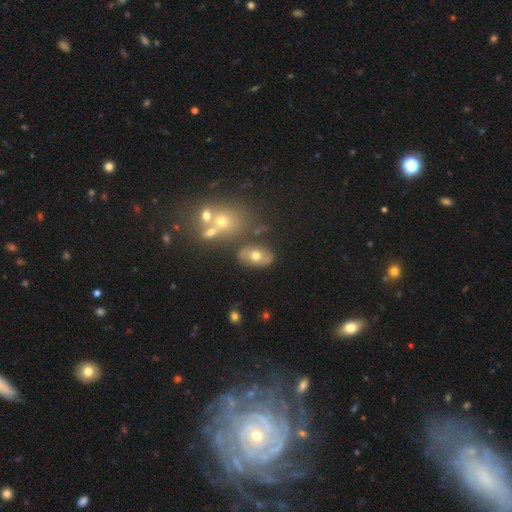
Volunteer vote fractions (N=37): This appears to be a smooth galaxy with no disk features (62%) that is in between round and cigar-shaped (87%). Merging: none (75%).